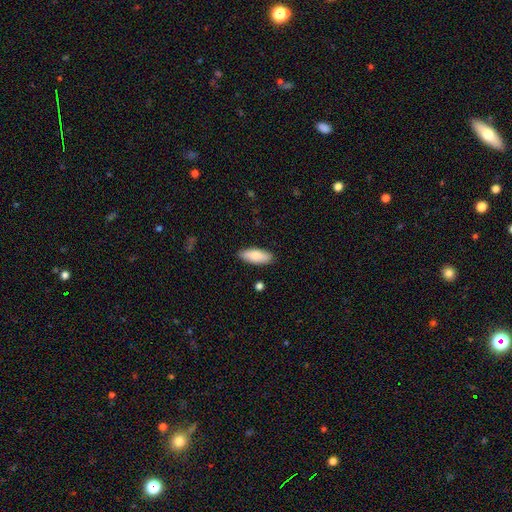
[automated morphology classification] type=smooth (84%); roundness=in between (79%); merging=none (88%).